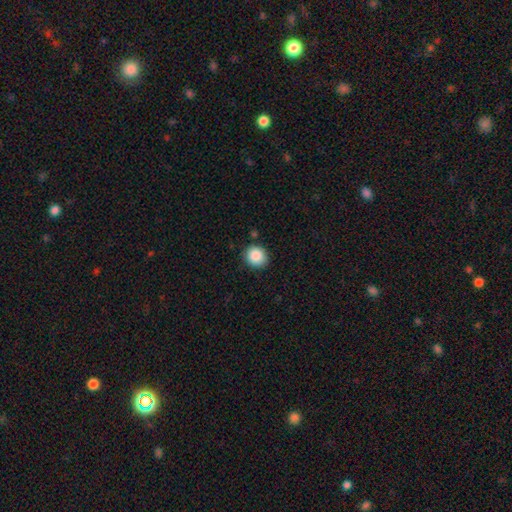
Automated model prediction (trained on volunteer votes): smooth_or_featured: smooth (p=0.87) [alt: star or artifact p=0.09]
how_rounded: round (p=0.80) [alt: in between p=0.19]
merging: none (p=0.86) [alt: minor disturbance p=0.10]